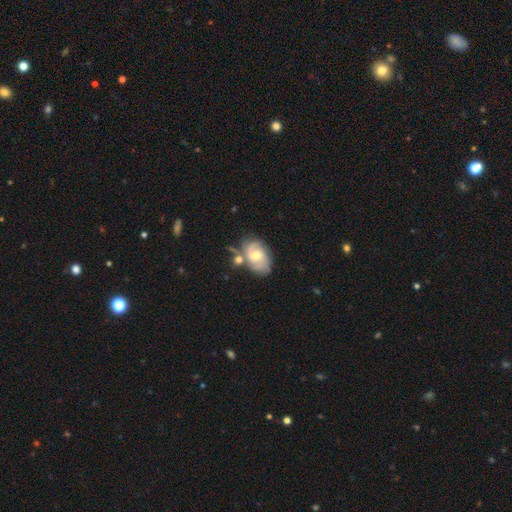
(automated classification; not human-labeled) Smooth or featured? Predicted: featured or disk (p=0.74). Edge-on disk? Predicted: no (p=0.96). Bar? Predicted: no (p=0.48). Spiral arms? Predicted: yes (p=0.92). Spiral winding? Predicted: medium (p=0.45). Spiral arm count? Predicted: 2 (p=0.58). Bulge size? Predicted: moderate (p=0.60). Merging? Predicted: none (p=0.54).